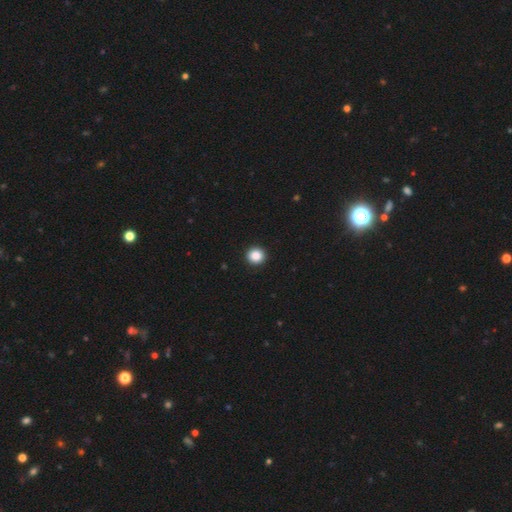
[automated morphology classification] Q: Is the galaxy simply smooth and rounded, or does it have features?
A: smooth — 87%.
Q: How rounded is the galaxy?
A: round — 93%.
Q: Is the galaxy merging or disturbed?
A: none — 94%.